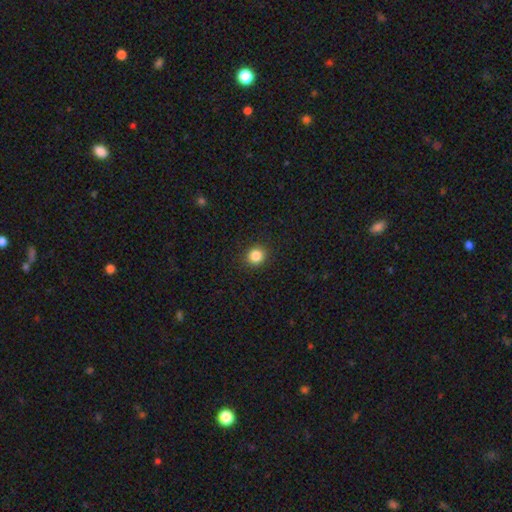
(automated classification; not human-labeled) Q: Smooth or featured?
A: smooth (85%); runner-up: star or artifact (11%)
Q: How rounded?
A: round (89%); runner-up: in between (10%)
Q: Merging?
A: none (92%); runner-up: minor disturbance (6%)